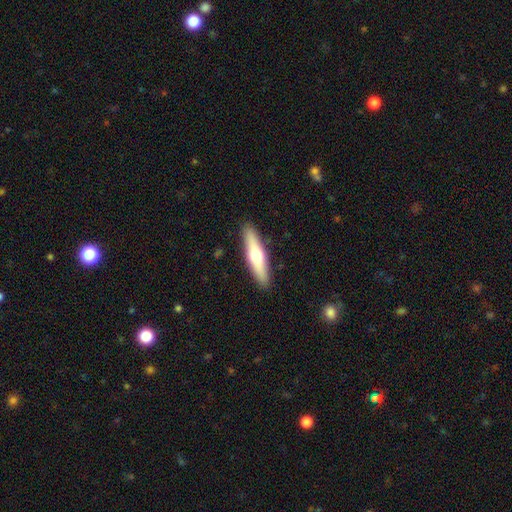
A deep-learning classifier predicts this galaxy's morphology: Smooth or featured?
  - smooth: 49% *
  - featured or disk: 46%
  - star or artifact: 5%
Merging?
  - none: 91% *
  - minor disturbance: 7%
  - major disturbance: 1%
  - merger: 1%